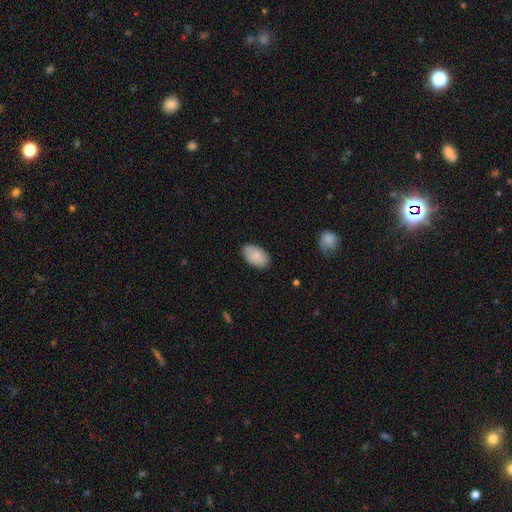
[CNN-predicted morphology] Smooth or featured?
  - smooth: 86% *
  - featured or disk: 8%
  - star or artifact: 6%
How rounded?
  - in between: 94% *
  - round: 5%
  - cigar-shaped: 1%
Merging?
  - none: 86% *
  - minor disturbance: 11%
  - major disturbance: 2%
  - merger: 1%